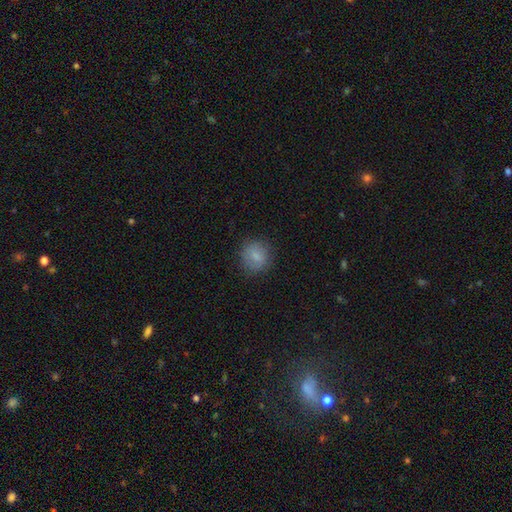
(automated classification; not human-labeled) smooth-or-featured: smooth: 83% | featured or disk: 9% | star or artifact: 8%
  how-rounded: round: 86% | in between: 13% | cigar-shaped: 1%
  merging: none: 83% | minor disturbance: 12% | major disturbance: 4% | merger: 1%